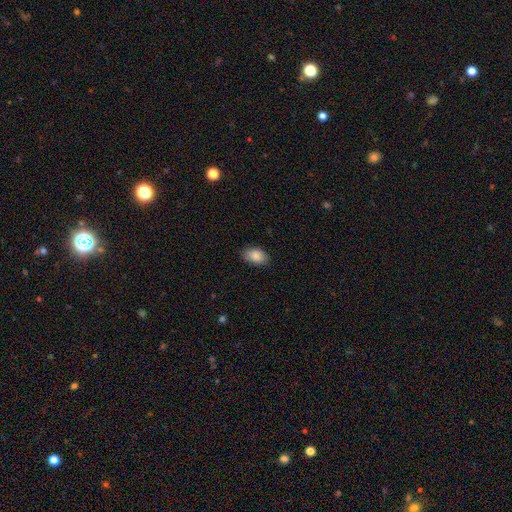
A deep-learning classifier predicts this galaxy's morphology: Smooth or featured? Predicted: smooth (p=0.88). How rounded? Predicted: in between (p=0.92). Merging? Predicted: none (p=0.85).